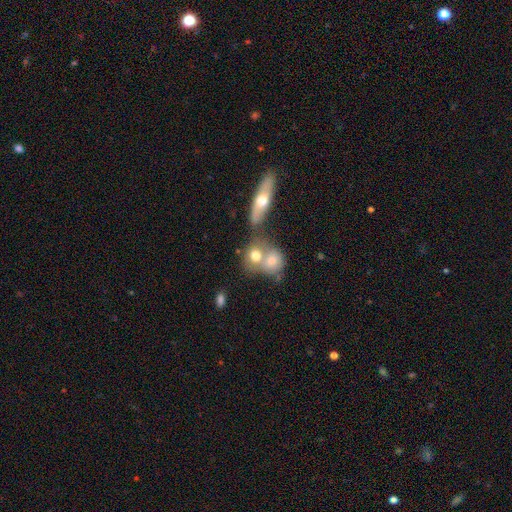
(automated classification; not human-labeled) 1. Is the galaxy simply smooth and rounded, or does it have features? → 69% smooth, 21% featured or disk, 10% star or artifact.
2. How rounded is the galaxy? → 64% round, 33% in between, 3% cigar-shaped.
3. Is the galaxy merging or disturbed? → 54% merger, 33% none, 8% minor disturbance, 5% major disturbance.